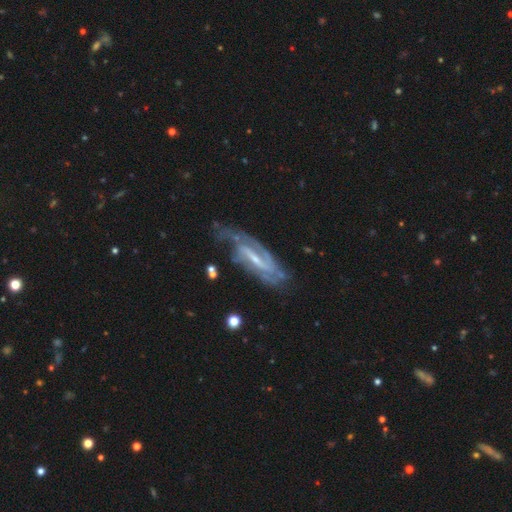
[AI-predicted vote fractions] Q: Smooth or featured?
A: featured or disk (81%); runner-up: smooth (10%)
Q: Edge-on disk?
A: no (84%); runner-up: yes (16%)
Q: Bar?
A: weak (43%); runner-up: strong (37%)
Q: Spiral arms?
A: yes (93%); runner-up: no (7%)
Q: Spiral winding?
A: medium (43%); runner-up: tight (39%)
Q: Spiral arm count?
A: 2 (61%); runner-up: can't tell (20%)
Q: Bulge size?
A: small (61%); runner-up: moderate (25%)
Q: Merging?
A: none (66%); runner-up: minor disturbance (20%)